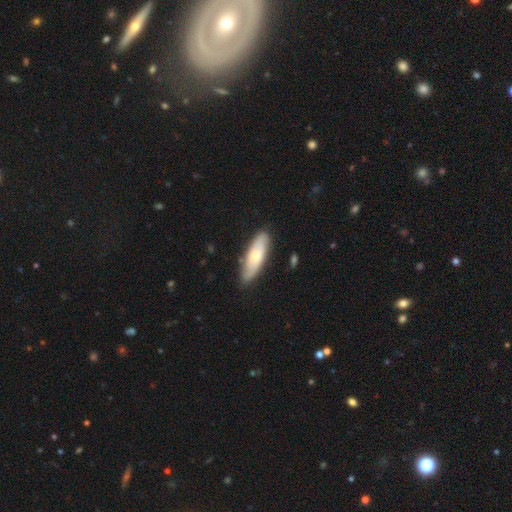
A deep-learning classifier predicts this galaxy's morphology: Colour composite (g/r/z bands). It shows a smooth galaxy with no disk features (64%) that is in between round and cigar-shaped (53%). Merging: none (82%).